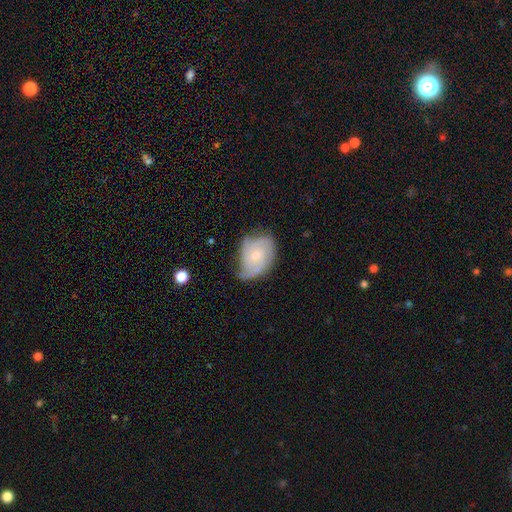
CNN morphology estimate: This appears to be a featured or disk galaxy (80%) with no bar (73%), 3 (39%) tight (56%) spiral arms (95%) and a small central bulge (68%). Merging: none (62%).